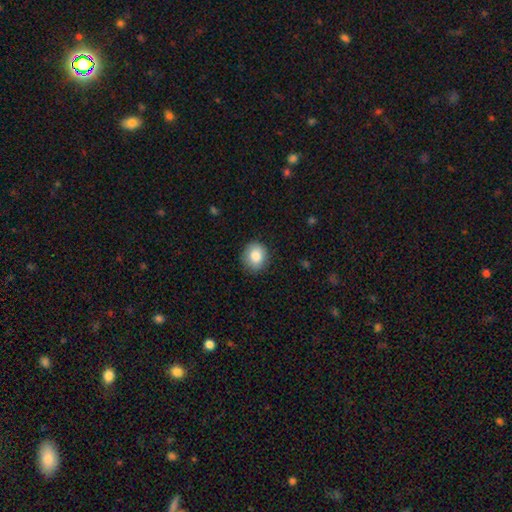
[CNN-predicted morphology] Smooth or featured?
  - smooth: 85% *
  - star or artifact: 8%
  - featured or disk: 6%
How rounded?
  - round: 74% *
  - in between: 25%
  - cigar-shaped: 1%
Merging?
  - none: 87% *
  - minor disturbance: 10%
  - major disturbance: 2%
  - merger: 1%